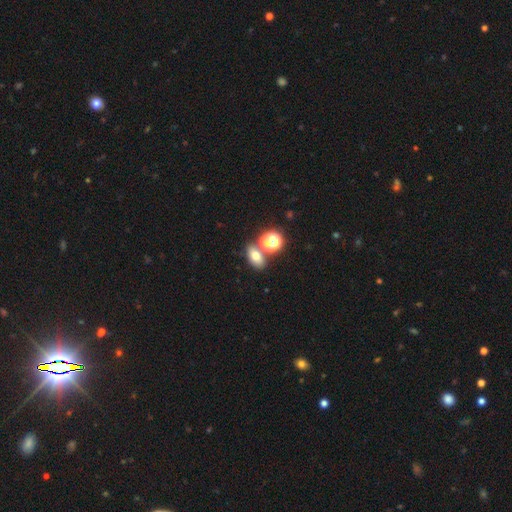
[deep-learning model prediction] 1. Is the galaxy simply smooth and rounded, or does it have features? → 67% smooth, 18% star or artifact, 15% featured or disk.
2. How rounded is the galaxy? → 75% in between, 23% round, 2% cigar-shaped.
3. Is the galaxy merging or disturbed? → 62% none, 25% merger, 10% minor disturbance, 4% major disturbance.